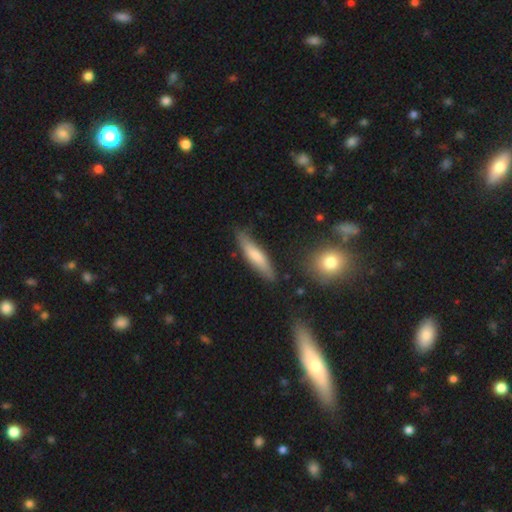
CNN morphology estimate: Smooth or featured? smooth (64%)
How rounded? cigar-shaped (78%)
Merging? none (79%)